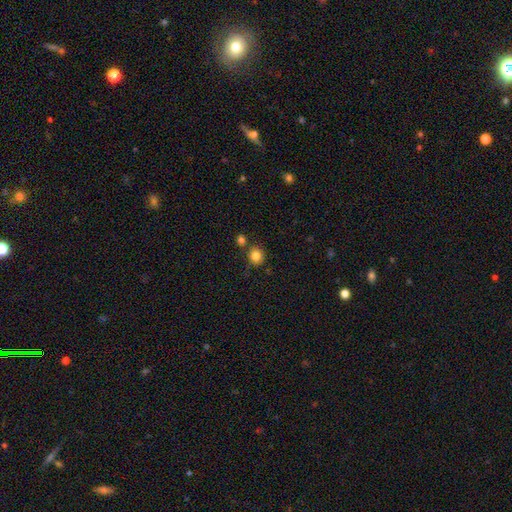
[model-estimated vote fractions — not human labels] Smooth or featured?
  - smooth: 84% *
  - star or artifact: 11%
  - featured or disk: 5%
How rounded?
  - round: 87% *
  - in between: 12%
  - cigar-shaped: 1%
Merging?
  - none: 75% *
  - merger: 12%
  - minor disturbance: 10%
  - major disturbance: 3%